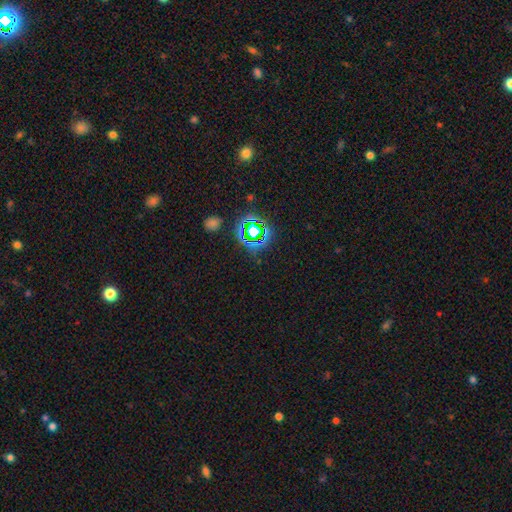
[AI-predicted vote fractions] Smooth or featured? Predicted: star or artifact (p=0.73).